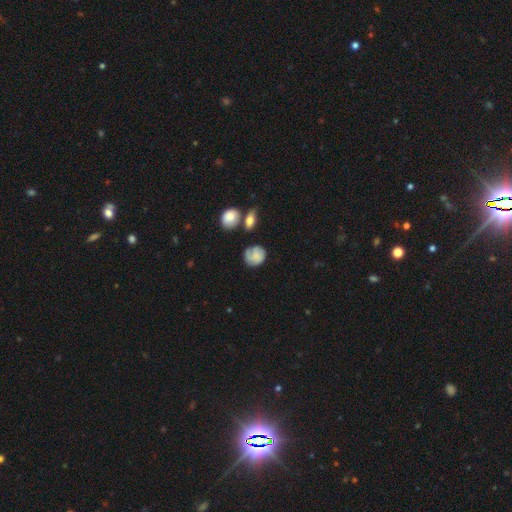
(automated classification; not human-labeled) This is possibly a smooth galaxy (57%). How rounded: likely round (73%). Merging: possibly none (56%).